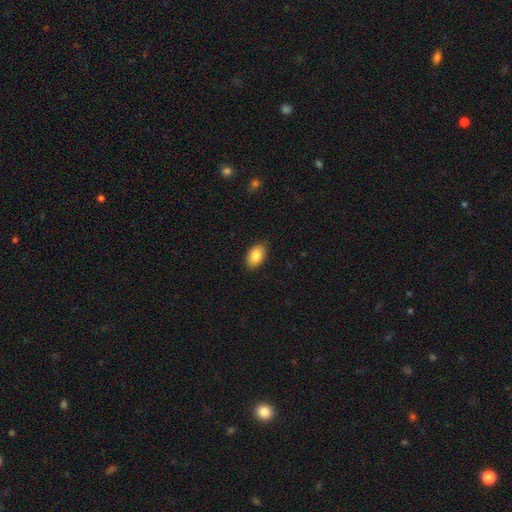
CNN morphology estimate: Smooth or featured: smooth — 86% (star or artifact — 7%)
How rounded: in between — 90% (round — 9%)
Merging: none — 84% (minor disturbance — 13%)